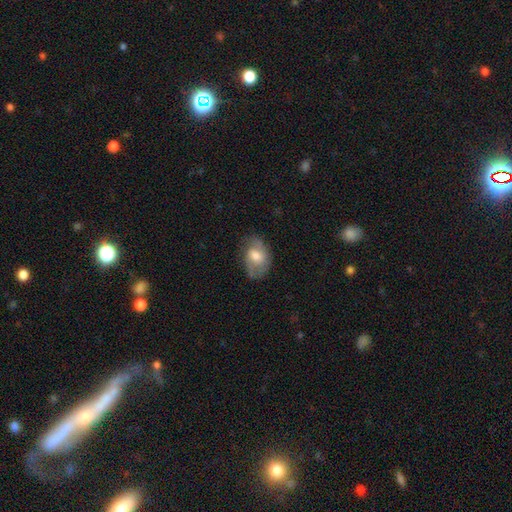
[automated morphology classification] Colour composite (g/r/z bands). It shows a smooth galaxy with no disk features (48%). Merging: none (61%).